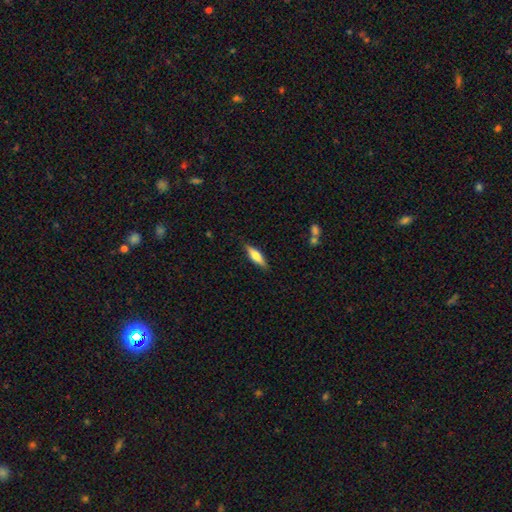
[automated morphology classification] Smooth or featured?
  - smooth: 63% *
  - featured or disk: 31%
  - star or artifact: 6%
How rounded?
  - cigar-shaped: 58% *
  - in between: 40%
  - round: 2%
Merging?
  - none: 86% *
  - minor disturbance: 10%
  - major disturbance: 2%
  - merger: 1%